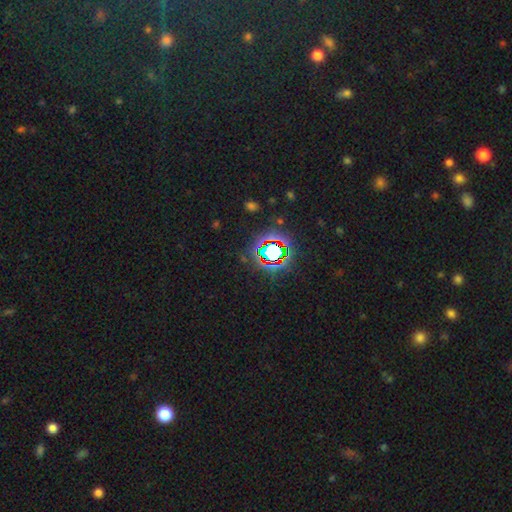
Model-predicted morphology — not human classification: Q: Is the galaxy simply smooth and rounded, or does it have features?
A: star or artifact — 81%.